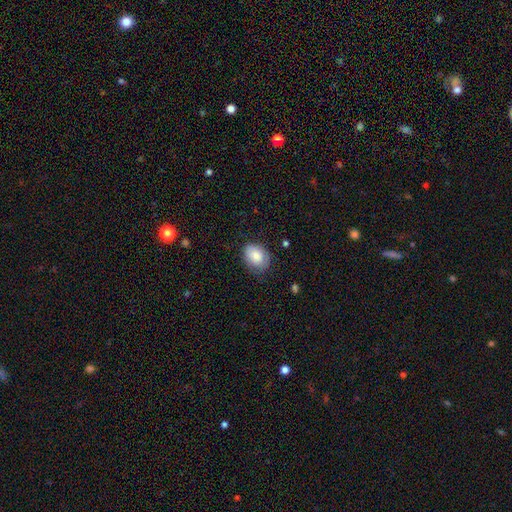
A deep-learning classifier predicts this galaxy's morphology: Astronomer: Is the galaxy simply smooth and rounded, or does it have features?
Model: smooth — 77%.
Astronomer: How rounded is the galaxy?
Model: in between — 68%.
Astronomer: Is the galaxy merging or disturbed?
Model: none — 68%.